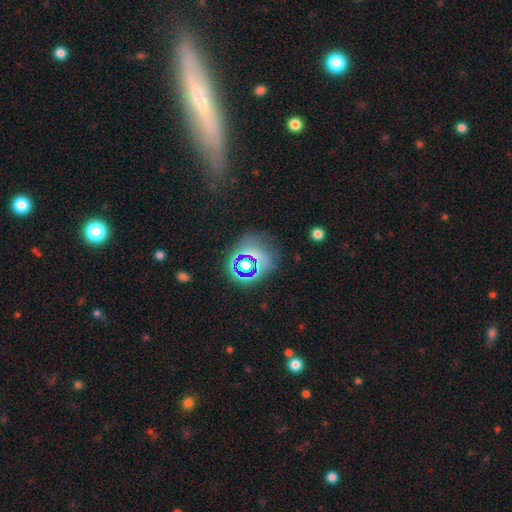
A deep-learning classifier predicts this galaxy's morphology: star or artifact 50%, smooth 31%, featured or disk 18%.